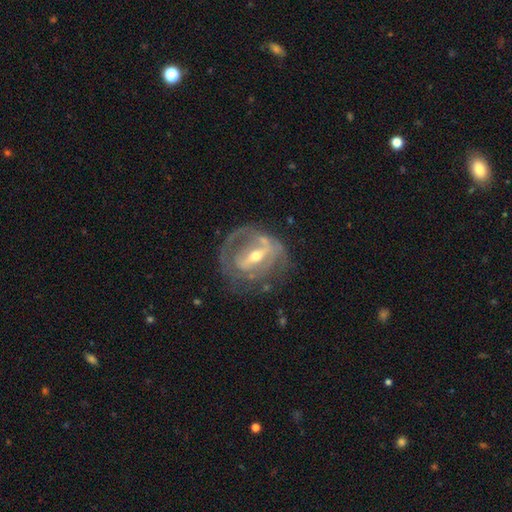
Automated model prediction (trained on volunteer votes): This appears to be a featured or disk galaxy (82%) with a strong bar (57%), can't tell (37%, tied with 2) tight (54%) spiral arms (67%) and a moderate central bulge (56%). Merging: none (58%).